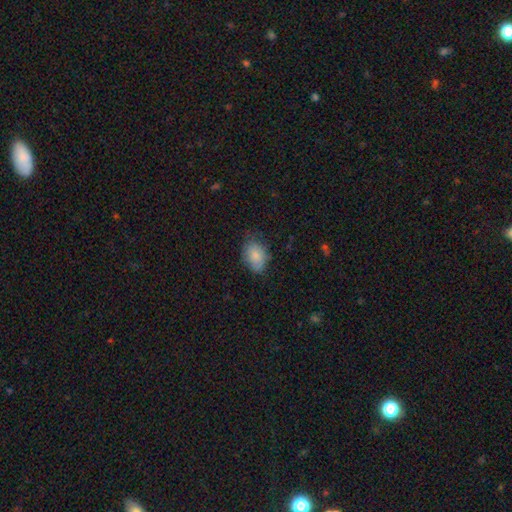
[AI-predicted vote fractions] This appears to be a smooth galaxy with no disk features (82%) that is in between round and cigar-shaped (79%). Merging: none (67%).